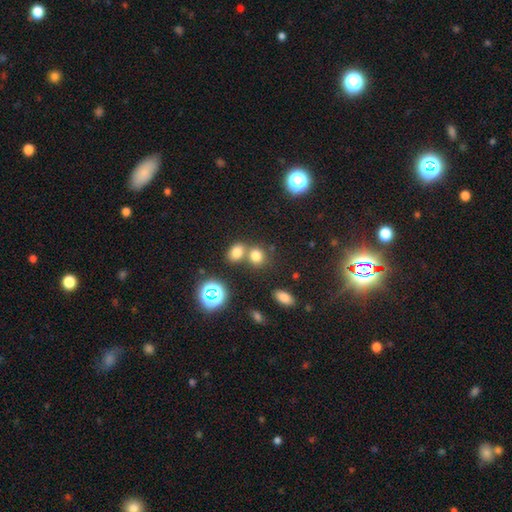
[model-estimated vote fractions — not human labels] Smooth or featured? smooth (73%)
How rounded? round (66%)
Merging? none (52%)